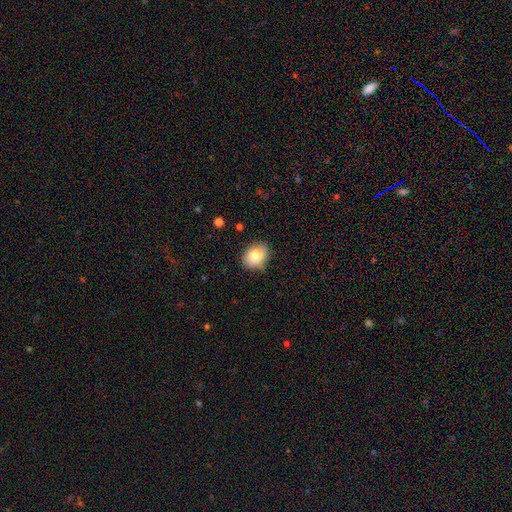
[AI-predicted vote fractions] smooth_or_featured: smooth (p=0.79) [alt: featured or disk p=0.13]
how_rounded: in between (p=0.54) [alt: round p=0.45]
merging: none (p=0.81) [alt: minor disturbance p=0.15]